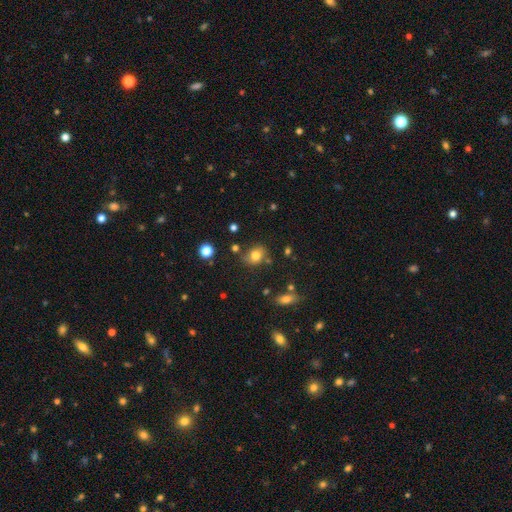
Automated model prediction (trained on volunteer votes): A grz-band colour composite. It shows a smooth galaxy with no disk features (77%) that is in between round and cigar-shaped (54%). Merging: none (66%).